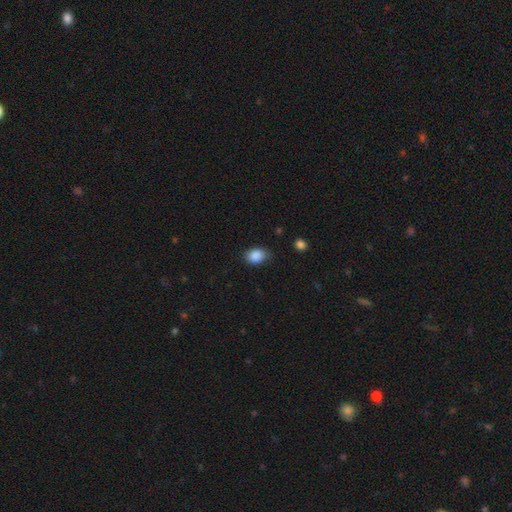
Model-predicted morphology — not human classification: type=smooth (88%); roundness=in between (69%); merging=none (73%).